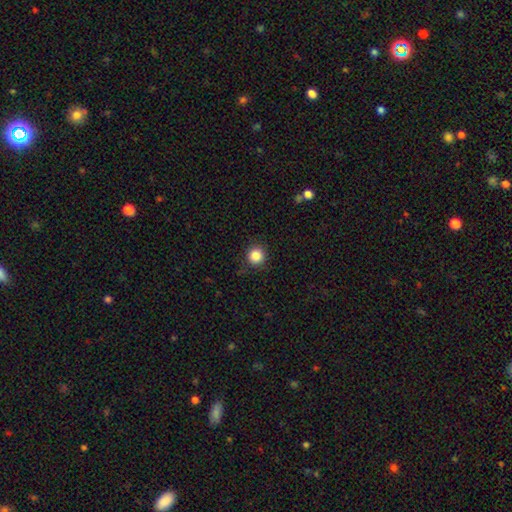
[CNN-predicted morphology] Overall: smooth (85%). How rounded: round (95%). Merging: none (89%).